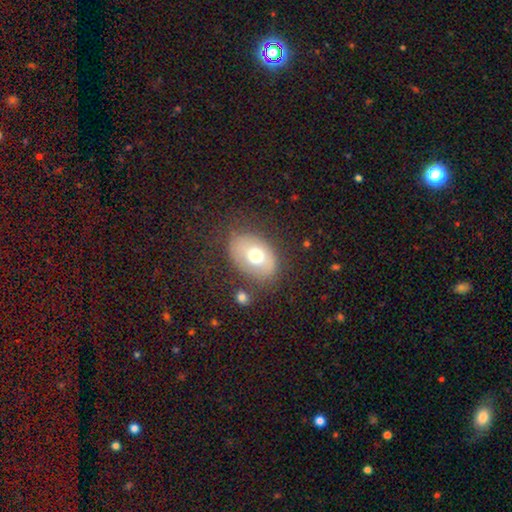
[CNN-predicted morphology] Overall: smooth (62%; featured or disk 28%). How rounded: in between (75%). Merging: none (70%).